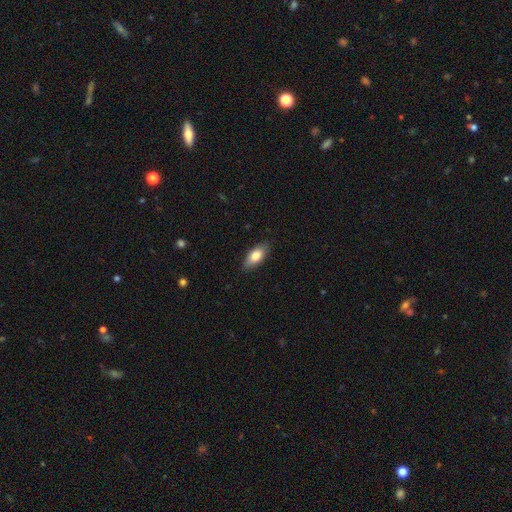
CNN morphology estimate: type=smooth (79%); roundness=in between (86%); merging=none (86%).